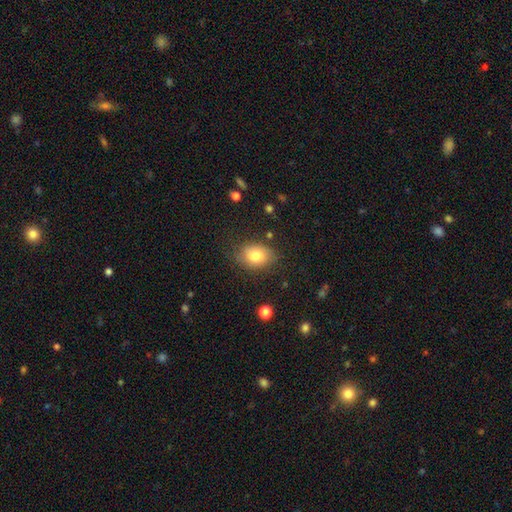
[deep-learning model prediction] Smooth or featured? smooth (77%)
How rounded? in between (71%)
Merging? none (75%)